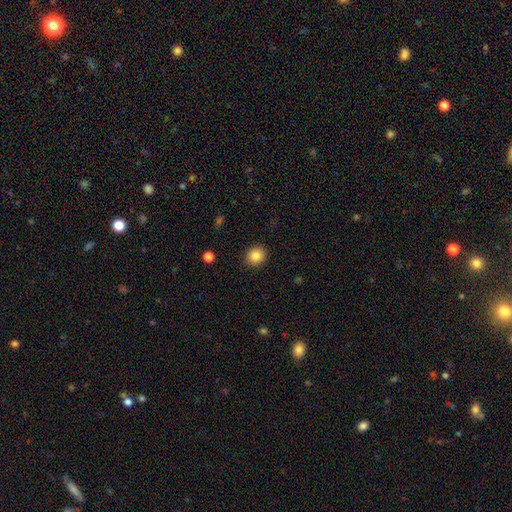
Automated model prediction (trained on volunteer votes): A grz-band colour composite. It shows a smooth galaxy with no disk features (85%) that is round (86%). Merging: none (91%).